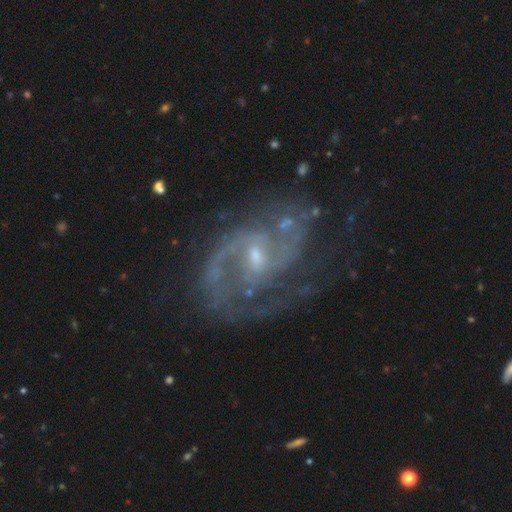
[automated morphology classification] Smooth or featured?
  - featured or disk: 90% *
  - star or artifact: 6%
  - smooth: 4%
Edge-on disk?
  - no: 98% *
  - yes: 2%
Bar?
  - weak: 53% *
  - no: 32%
  - strong: 15%
Spiral arms?
  - yes: 97% *
  - no: 3%
Spiral winding?
  - medium: 56% *
  - tight: 23%
  - loose: 21%
Spiral arm count?
  - 2: 76% *
  - can't tell: 9%
  - 3: 6%
  - 1: 4%
  - 4: 3%
  - more than 4: 3%
Bulge size?
  - small: 69% *
  - moderate: 25%
  - none: 4%
  - large: 1%
  - dominant: 1%
Merging?
  - none: 63% *
  - minor disturbance: 19%
  - major disturbance: 14%
  - merger: 3%